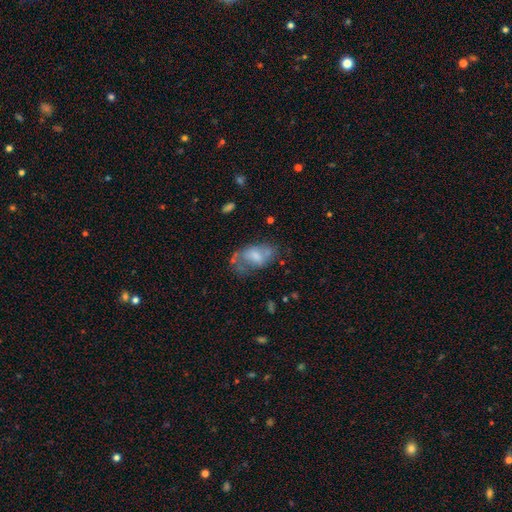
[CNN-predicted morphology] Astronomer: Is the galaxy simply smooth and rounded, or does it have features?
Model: smooth — 48% (runner-up: featured or disk, 44%).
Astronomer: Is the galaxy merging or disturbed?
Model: none — 37% (runner-up: major disturbance, 27%).